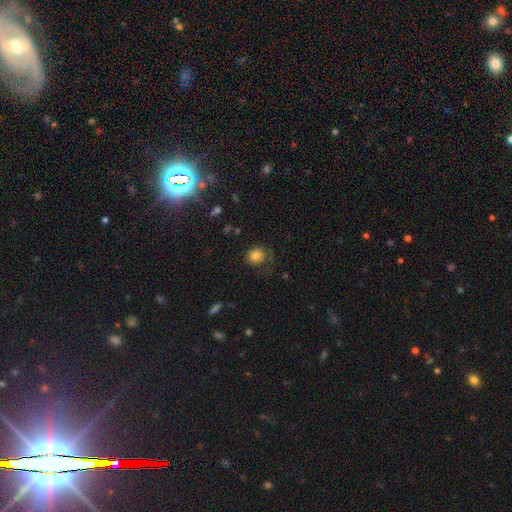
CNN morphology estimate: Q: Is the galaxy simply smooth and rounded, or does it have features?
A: smooth — 80%.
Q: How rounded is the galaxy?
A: round — 79%.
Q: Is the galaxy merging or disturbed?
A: none — 70%.